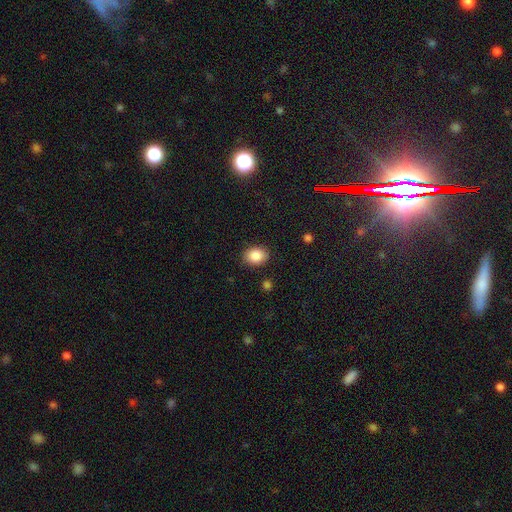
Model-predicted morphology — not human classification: type=smooth (87%); roundness=in between (60%); merging=none (87%).